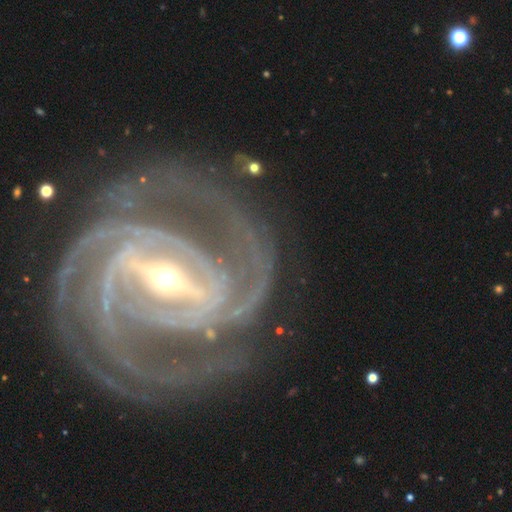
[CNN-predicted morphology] featured or disk 93%, star or artifact 5%, smooth 3%. Down the decision tree: edge-on disk — no (97%); bar — strong (78%); spiral arms — yes (98%); spiral arm count — 2 (34%); spiral winding — tight (61%); bulge size — small (59%); merging — none (73%).